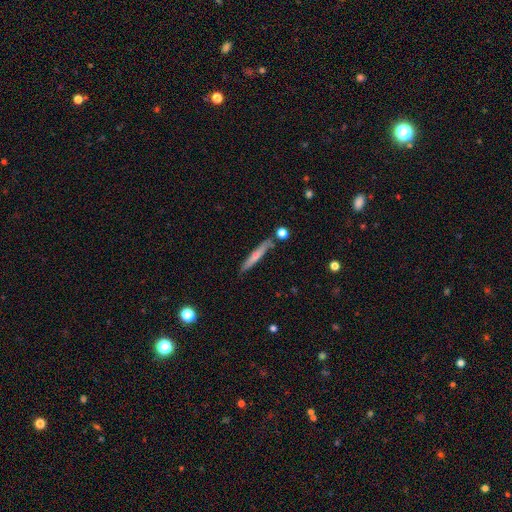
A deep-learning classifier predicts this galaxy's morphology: A smooth galaxy with no disk features (51%) that is cigar-shaped (93%).

Vote fractions:
- Smooth or featured? smooth: 51% / featured or disk: 42% / star or artifact: 6%
- How rounded? cigar-shaped: 93% / in between: 5% / round: 2%
- Merging? none: 79% / minor disturbance: 13% / merger: 6% / major disturbance: 2%